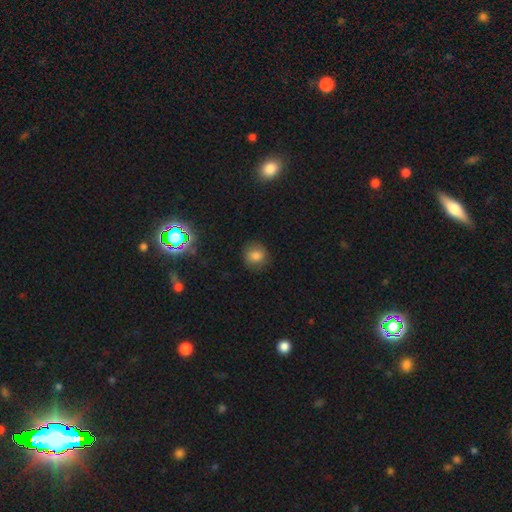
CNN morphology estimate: The model was most divided on "how rounded": round: 81%, in between: 18%, cigar-shaped: 1%. More confident: merging — none (82%); smooth or featured — smooth (78%).